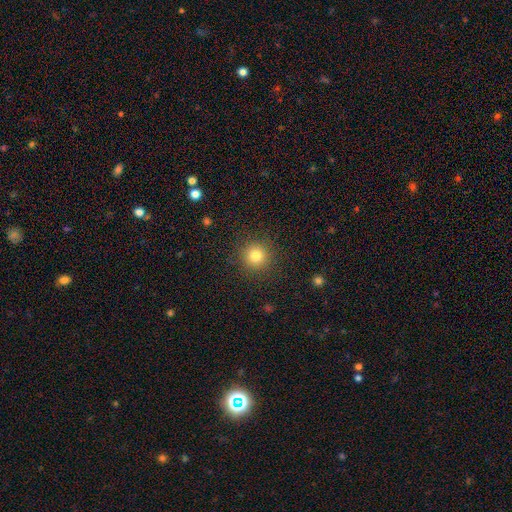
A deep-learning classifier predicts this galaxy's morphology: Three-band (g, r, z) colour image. It shows a smooth galaxy with no disk features (81%) that is round (95%). Merging: none (90%).